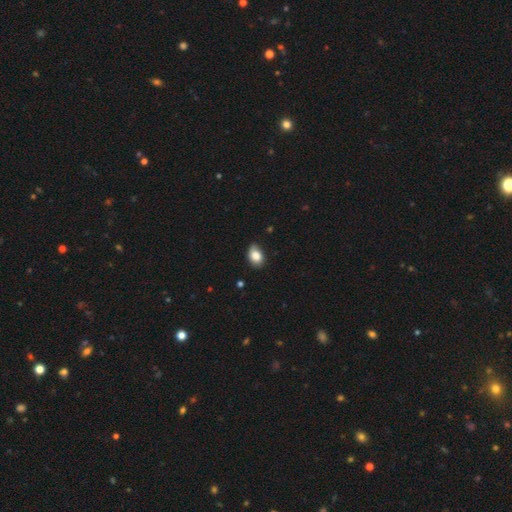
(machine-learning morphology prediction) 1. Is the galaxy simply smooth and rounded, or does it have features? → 84% smooth, 8% star or artifact, 8% featured or disk.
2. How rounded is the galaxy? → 78% in between, 21% round, 1% cigar-shaped.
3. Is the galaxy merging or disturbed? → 68% none, 26% minor disturbance, 4% major disturbance, 1% merger.